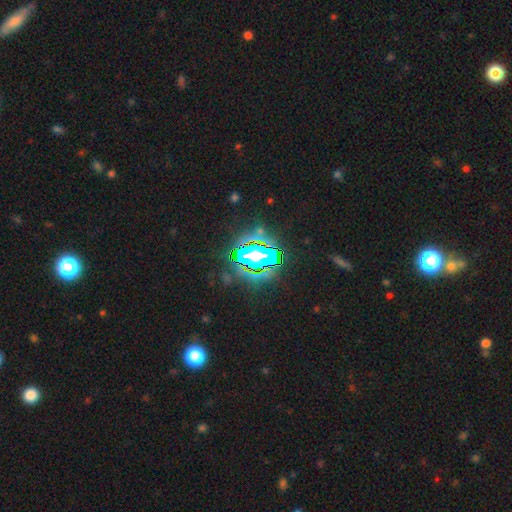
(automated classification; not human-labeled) A star or artifact, not a galaxy (78%).